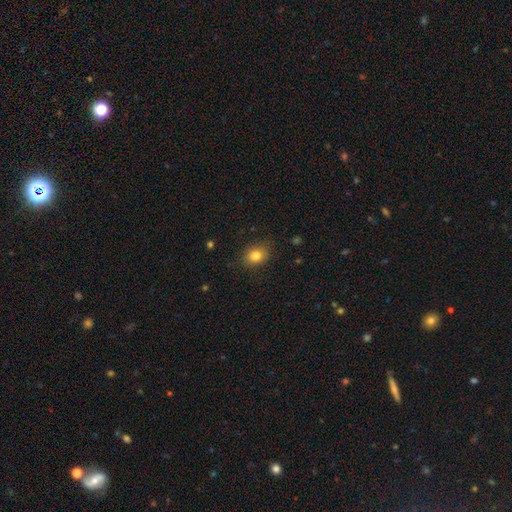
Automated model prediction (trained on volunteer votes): Q: Smooth or featured?
A: smooth (82%); runner-up: star or artifact (11%)
Q: How rounded?
A: round (53%); runner-up: in between (46%)
Q: Merging?
A: none (83%); runner-up: minor disturbance (12%)